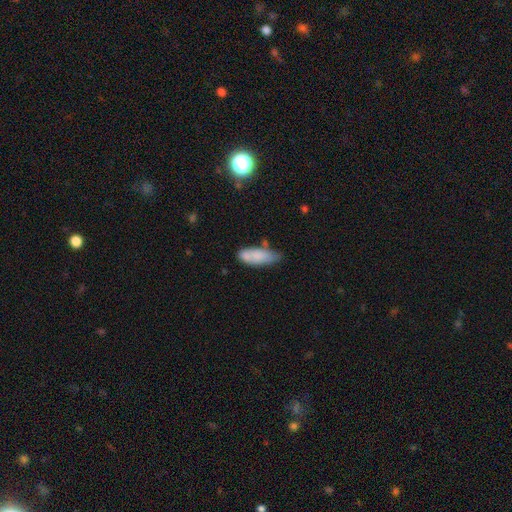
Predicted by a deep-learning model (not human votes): smooth_or_featured: smooth (p=0.79) [alt: featured or disk p=0.14]
how_rounded: in between (p=0.70) [alt: cigar-shaped p=0.28]
merging: none (p=0.47) [alt: minor disturbance p=0.35]